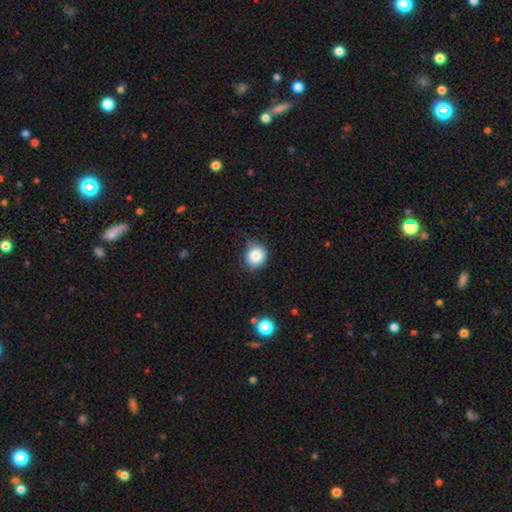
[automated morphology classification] The model was most divided on "merging": none: 69%, minor disturbance: 24%, major disturbance: 5%, merger: 2%. More confident: how rounded — round (86%); smooth or featured — smooth (84%).